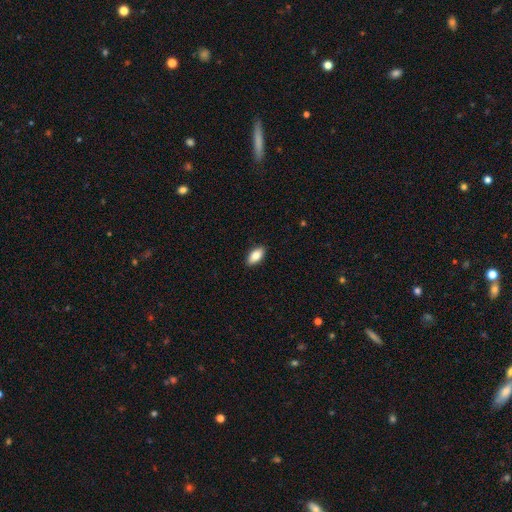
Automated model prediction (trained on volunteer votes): Q: Smooth or featured?
A: smooth (84%); runner-up: featured or disk (10%)
Q: How rounded?
A: in between (90%); runner-up: cigar-shaped (8%)
Q: Merging?
A: none (89%); runner-up: minor disturbance (8%)